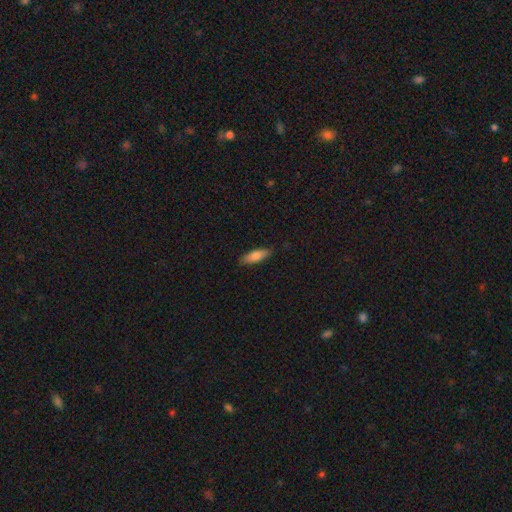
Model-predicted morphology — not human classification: A smooth galaxy with no disk features (81%) that is in between round and cigar-shaped (54%).

Vote fractions:
- Smooth or featured? smooth: 81% / featured or disk: 13% / star or artifact: 6%
- How rounded? in between: 54% / cigar-shaped: 44% / round: 2%
- Merging? none: 85% / minor disturbance: 12% / major disturbance: 2% / merger: 1%